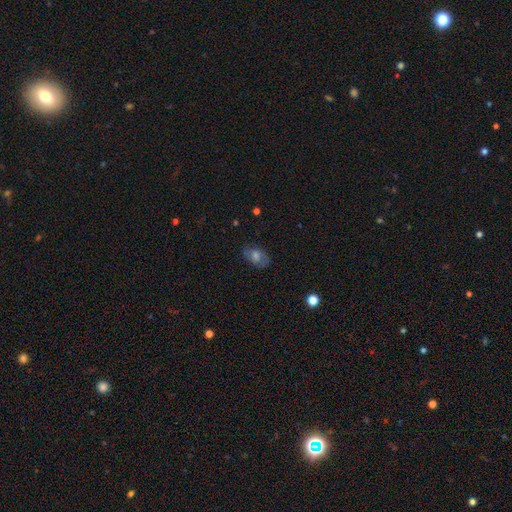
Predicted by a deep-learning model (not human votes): smooth_or_featured: smooth (p=0.46) [alt: featured or disk p=0.40]
merging: none (p=0.72) [alt: minor disturbance p=0.19]